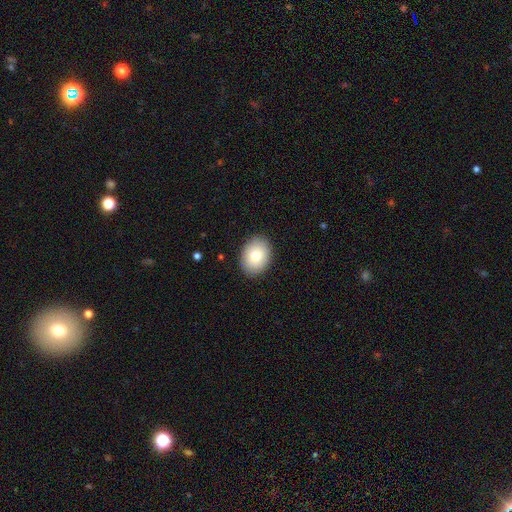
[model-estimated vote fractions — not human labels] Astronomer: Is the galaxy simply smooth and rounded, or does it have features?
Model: smooth — 80%.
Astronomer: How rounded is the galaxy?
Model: in between — 68%.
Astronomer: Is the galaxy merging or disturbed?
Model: none — 89%.